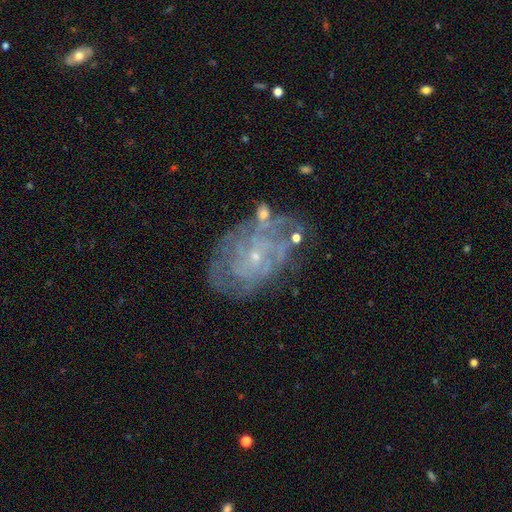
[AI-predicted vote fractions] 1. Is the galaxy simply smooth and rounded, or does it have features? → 79% featured or disk, 12% smooth, 9% star or artifact.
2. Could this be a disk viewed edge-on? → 97% no, 3% yes.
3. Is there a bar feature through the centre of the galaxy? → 77% no, 19% weak, 4% strong.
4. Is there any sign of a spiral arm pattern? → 85% yes, 15% no.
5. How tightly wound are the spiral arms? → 66% tight, 25% medium, 8% loose.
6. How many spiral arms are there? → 47% can't tell, 15% 4, 13% 3, 12% 2, 8% more than 4, 6% 1.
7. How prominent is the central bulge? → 84% small, 11% moderate, 3% none, 1% large, 1% dominant.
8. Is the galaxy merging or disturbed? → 60% none, 22% minor disturbance, 12% major disturbance, 6% merger.